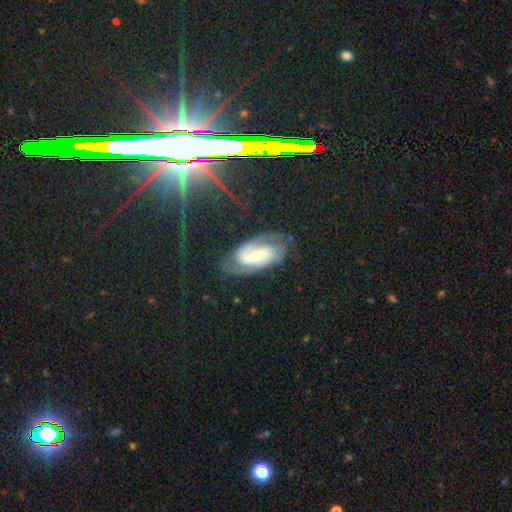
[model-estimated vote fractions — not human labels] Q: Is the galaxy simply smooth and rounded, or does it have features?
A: featured or disk — 79%.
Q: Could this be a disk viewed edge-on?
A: no — 96%.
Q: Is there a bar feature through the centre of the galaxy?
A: weak — 41%.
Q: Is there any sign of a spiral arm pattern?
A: yes — 93%.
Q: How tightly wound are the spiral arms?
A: tight — 44%.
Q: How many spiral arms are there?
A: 2 — 63%.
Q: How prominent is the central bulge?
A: small — 52%.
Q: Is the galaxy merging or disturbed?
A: none — 61%.